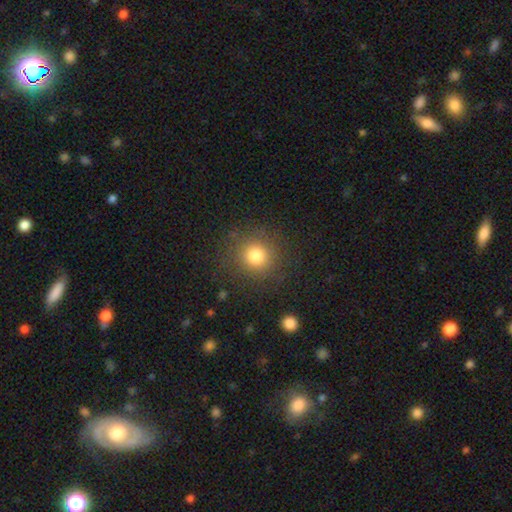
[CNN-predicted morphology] Q: Smooth or featured?
A: smooth (79%); runner-up: star or artifact (14%)
Q: How rounded?
A: round (91%); runner-up: in between (8%)
Q: Merging?
A: none (86%); runner-up: minor disturbance (8%)